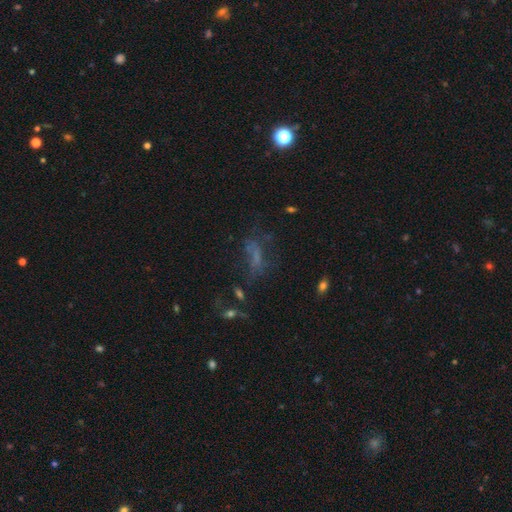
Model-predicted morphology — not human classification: smooth-or-featured: smooth: 36% | featured or disk: 32% | star or artifact: 32%
  merging: none: 40% | major disturbance: 34% | minor disturbance: 18% | merger: 9%